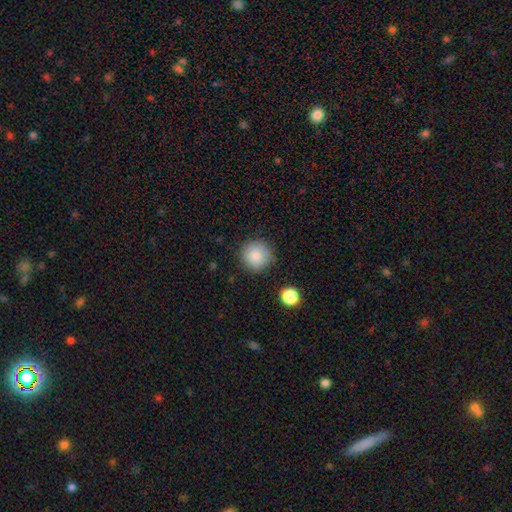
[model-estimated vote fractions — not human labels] smooth-or-featured: smooth: 85% | star or artifact: 9% | featured or disk: 6%
  how-rounded: round: 94% | in between: 5% | cigar-shaped: 1%
  merging: none: 83% | minor disturbance: 11% | major disturbance: 3% | merger: 2%